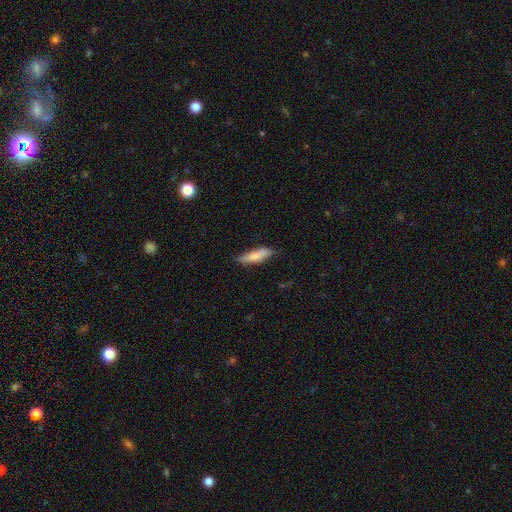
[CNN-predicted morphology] smooth 72%, featured or disk 21%, star or artifact 6%. Down the decision tree: how rounded — cigar-shaped (66%); merging — none (71%).